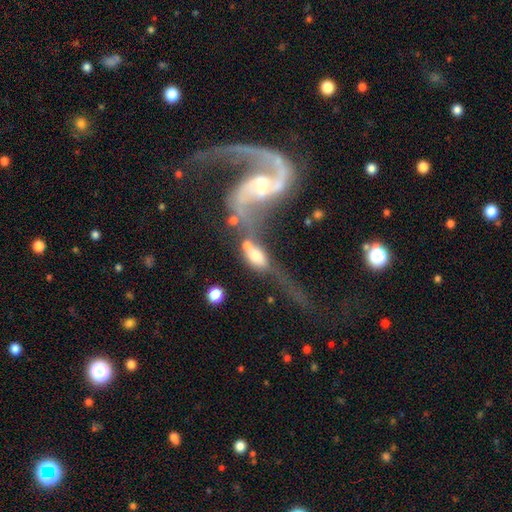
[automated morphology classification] A smooth galaxy with no disk features (49%). Merging: merger (54%).